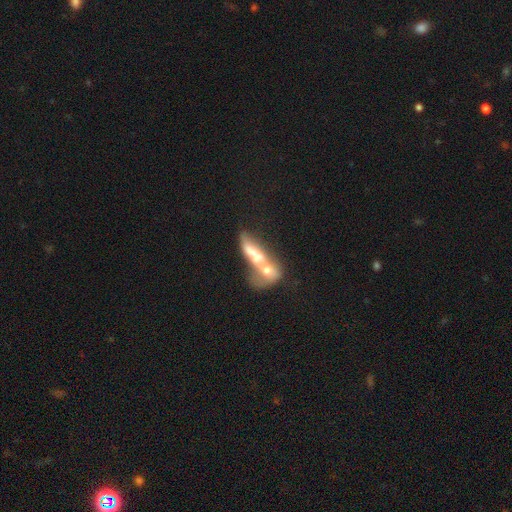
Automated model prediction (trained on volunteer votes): Overall: smooth (52%; featured or disk 39%). How rounded: in between (56%; cigar-shaped 34%). Merging: merger (74%).